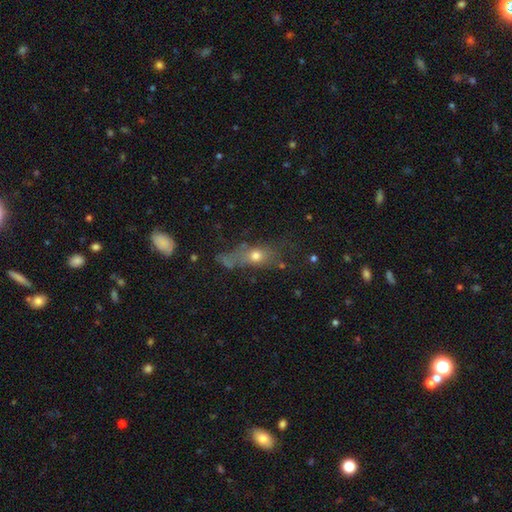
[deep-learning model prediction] Overall: smooth (56%; featured or disk 27%). How rounded: in between (57%; cigar-shaped 23%). Merging: none (36%; major disturbance 32%).